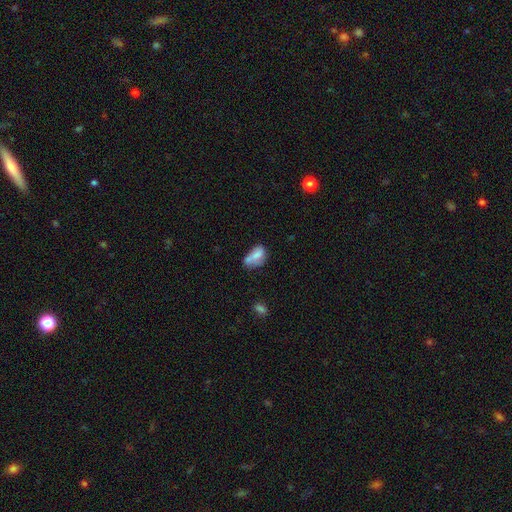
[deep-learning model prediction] A smooth galaxy with no disk features (70%) that is in between round and cigar-shaped (85%). Merging: merger (39%).